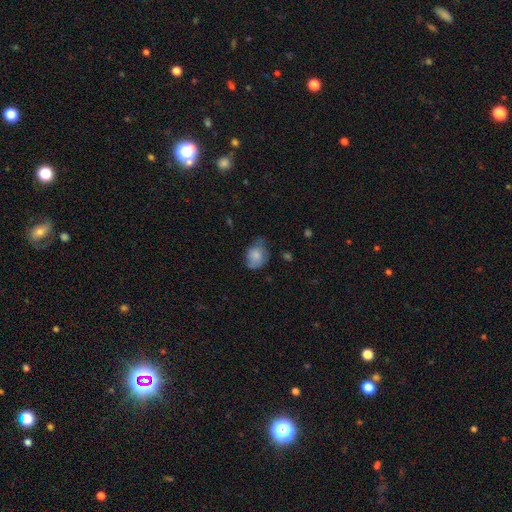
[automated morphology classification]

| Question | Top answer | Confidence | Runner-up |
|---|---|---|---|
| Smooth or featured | smooth | 77% | featured or disk (15%) |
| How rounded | in between | 58% | round (41%) |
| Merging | none | 46% | minor disturbance (39%) |